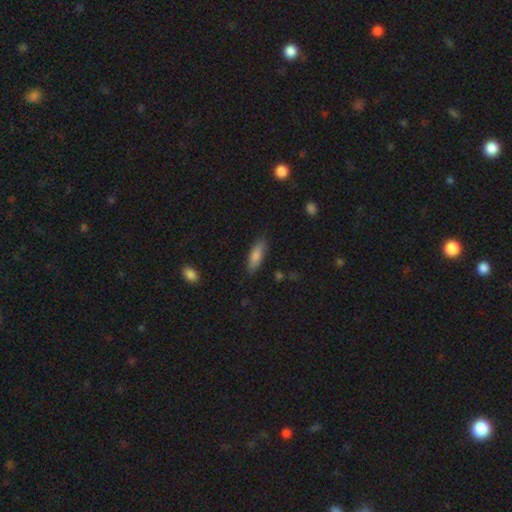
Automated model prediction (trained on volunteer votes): smooth_or_featured: smooth (p=0.82) [alt: featured or disk p=0.12]
how_rounded: in between (p=0.58) [alt: cigar-shaped p=0.40]
merging: none (p=0.84) [alt: minor disturbance p=0.12]